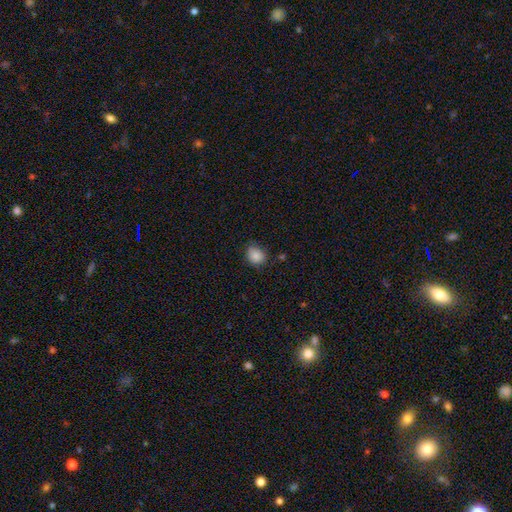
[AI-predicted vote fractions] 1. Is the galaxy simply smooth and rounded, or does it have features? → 86% smooth, 9% star or artifact, 4% featured or disk.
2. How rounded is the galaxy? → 59% round, 40% in between, 1% cigar-shaped.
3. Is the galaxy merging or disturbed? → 72% none, 22% minor disturbance, 4% major disturbance, 2% merger.